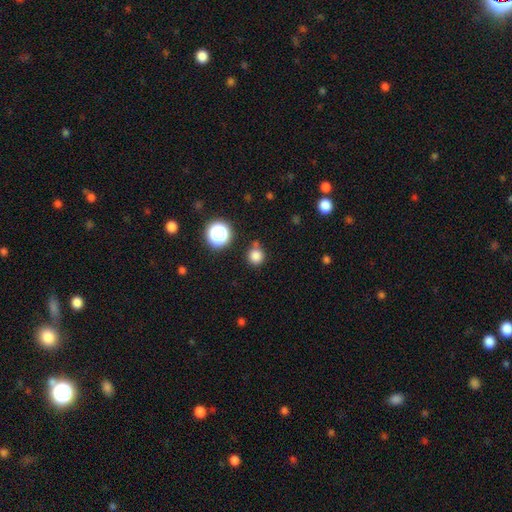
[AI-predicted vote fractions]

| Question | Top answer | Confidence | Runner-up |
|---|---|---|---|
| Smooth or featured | smooth | 81% | star or artifact (15%) |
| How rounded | round | 93% | in between (6%) |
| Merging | none | 78% | minor disturbance (11%) |